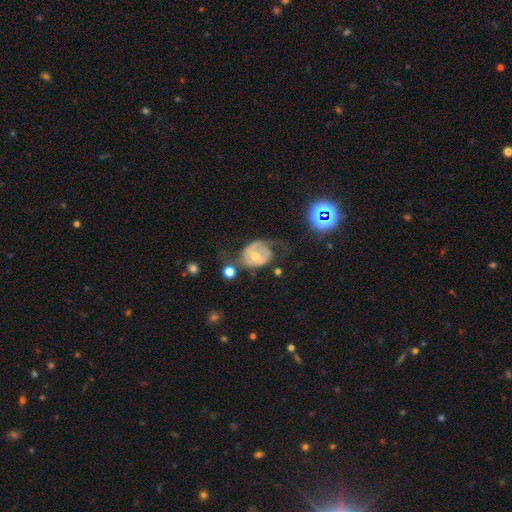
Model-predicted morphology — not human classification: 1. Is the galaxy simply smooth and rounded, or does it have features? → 48% featured or disk, 43% smooth, 9% star or artifact.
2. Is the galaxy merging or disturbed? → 33% major disturbance, 30% none, 28% minor disturbance, 9% merger.